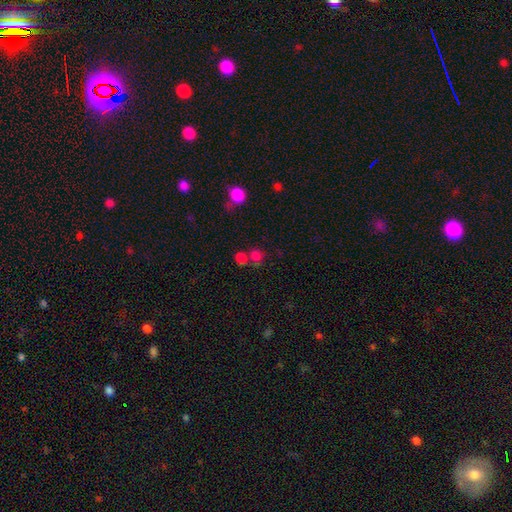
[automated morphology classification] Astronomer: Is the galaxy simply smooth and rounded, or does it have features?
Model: smooth — 74%.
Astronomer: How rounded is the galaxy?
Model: round — 73%.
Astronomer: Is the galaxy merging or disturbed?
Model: none — 44% (runner-up: merger, 39%).